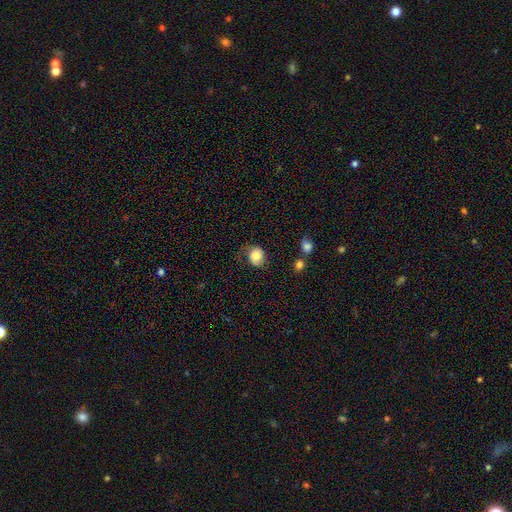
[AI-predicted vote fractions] Morphology: type=smooth (75%); roundness=round (66%); merging=none (56%).